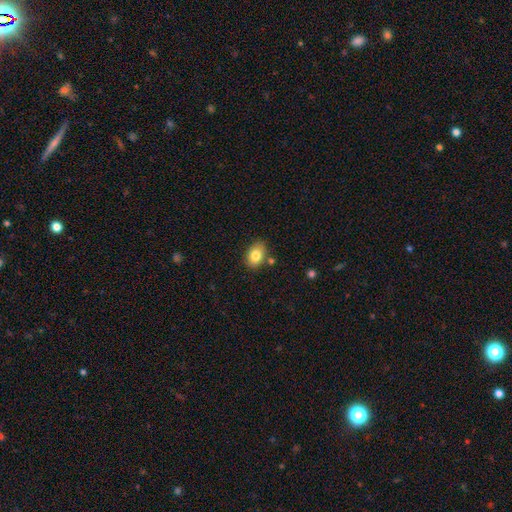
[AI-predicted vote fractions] Smooth or featured? Predicted: smooth (p=0.81). How rounded? Predicted: in between (p=0.78). Merging? Predicted: none (p=0.78).